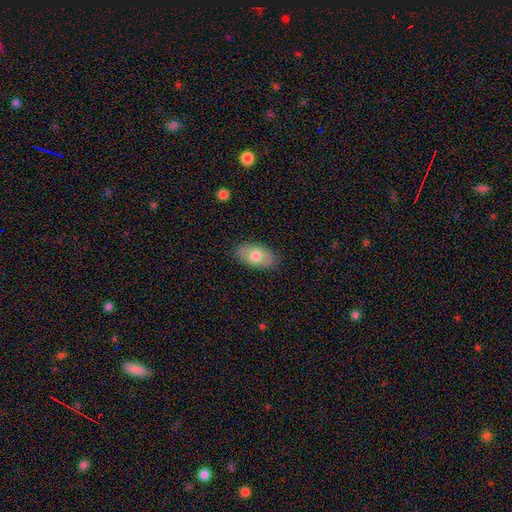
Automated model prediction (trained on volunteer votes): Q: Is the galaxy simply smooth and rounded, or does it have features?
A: smooth — 72%.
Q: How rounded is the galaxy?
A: in between — 93%.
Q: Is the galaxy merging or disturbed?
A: none — 85%.